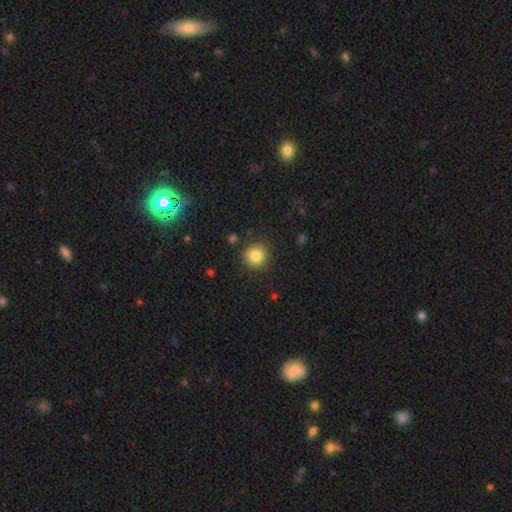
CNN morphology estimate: This is clearly a smooth galaxy (82%). How rounded: clearly round (92%). Merging: clearly none (86%).